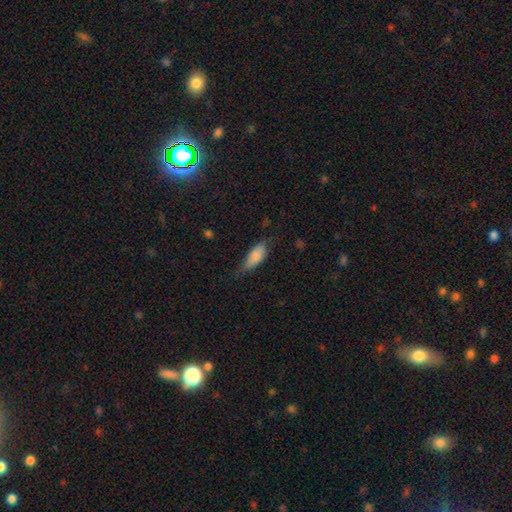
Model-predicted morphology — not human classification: Smooth or featured? Predicted: smooth (p=0.78). How rounded? Predicted: in between (p=0.77). Merging? Predicted: none (p=0.49).